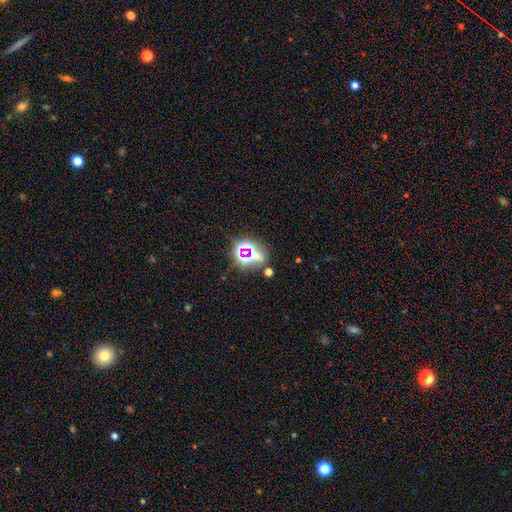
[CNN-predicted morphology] This appears to be a star or artifact, not a galaxy (64%).